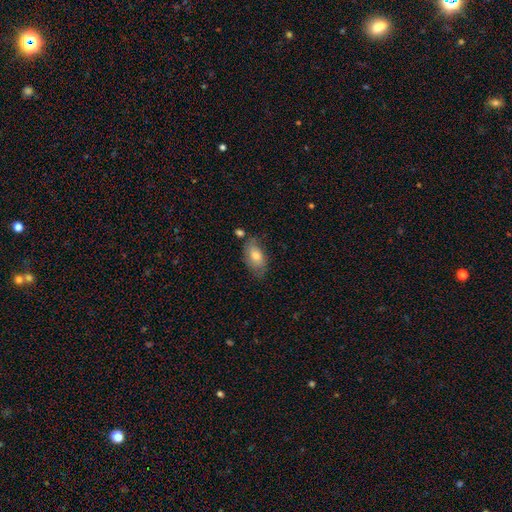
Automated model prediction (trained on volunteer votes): A smooth galaxy with no disk features (62%) that is in between round and cigar-shaped (90%).

Vote fractions:
- Smooth or featured? smooth: 62% / featured or disk: 29% / star or artifact: 9%
- How rounded? in between: 90% / round: 7% / cigar-shaped: 3%
- Merging? none: 64% / minor disturbance: 24% / major disturbance: 7% / merger: 5%